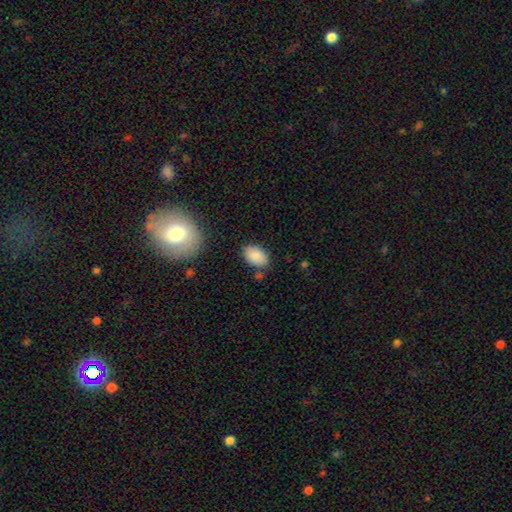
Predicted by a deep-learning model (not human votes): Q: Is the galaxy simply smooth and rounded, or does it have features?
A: smooth — 87%.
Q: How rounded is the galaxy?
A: in between — 90%.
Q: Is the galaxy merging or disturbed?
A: none — 76%.